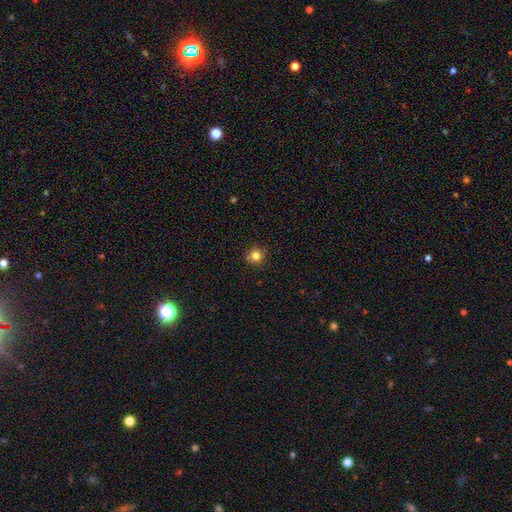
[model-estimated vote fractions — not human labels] Smooth or featured? smooth (81%)
How rounded? round (94%)
Merging? none (88%)